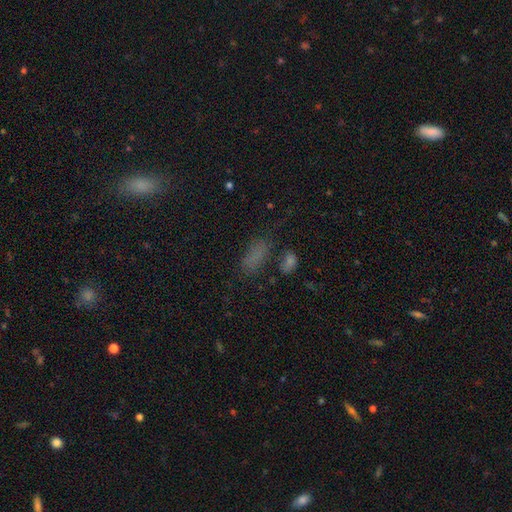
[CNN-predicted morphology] Smooth or featured? smooth (69%)
How rounded? in between (77%)
Merging? none (58%)